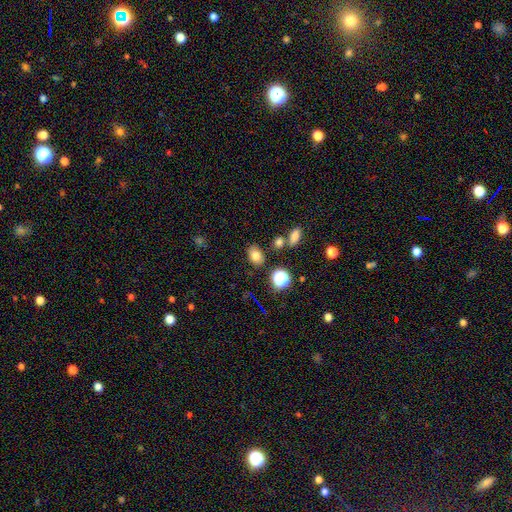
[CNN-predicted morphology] Smooth or featured? Predicted: smooth (p=0.77). How rounded? Predicted: in between (p=0.72). Merging? Predicted: none (p=0.79).